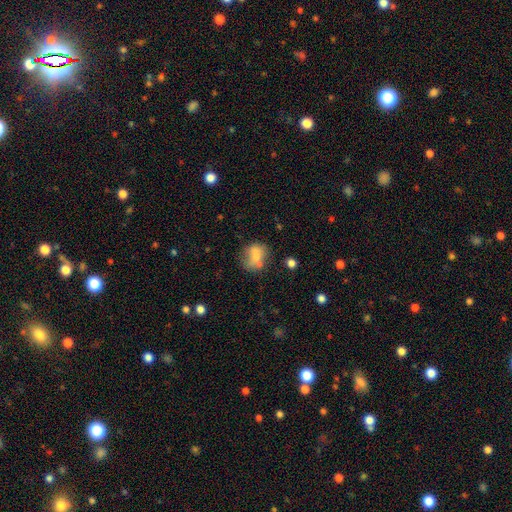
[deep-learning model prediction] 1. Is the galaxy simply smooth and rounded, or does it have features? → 65% smooth, 24% featured or disk, 11% star or artifact.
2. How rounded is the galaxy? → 56% round, 42% in between, 1% cigar-shaped.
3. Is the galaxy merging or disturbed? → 45% none, 23% merger, 21% minor disturbance, 11% major disturbance.